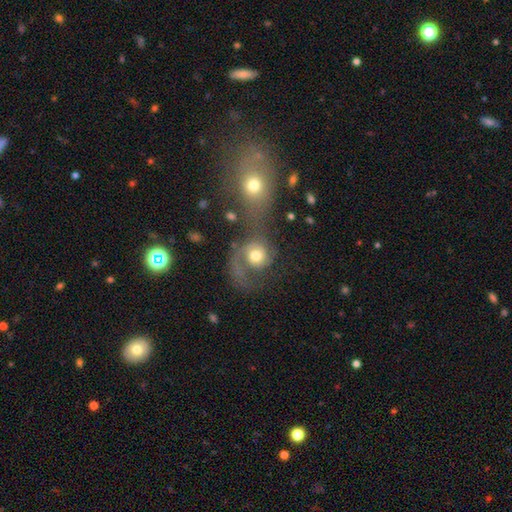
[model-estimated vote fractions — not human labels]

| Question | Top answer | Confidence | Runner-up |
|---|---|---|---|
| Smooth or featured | featured or disk | 55% | smooth (36%) |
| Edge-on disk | no | 97% | yes (3%) |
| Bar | no | 78% | weak (18%) |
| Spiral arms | yes | 79% | no (21%) |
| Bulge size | moderate | 62% | large (23%) |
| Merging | merger | 39% | major disturbance (29%) |